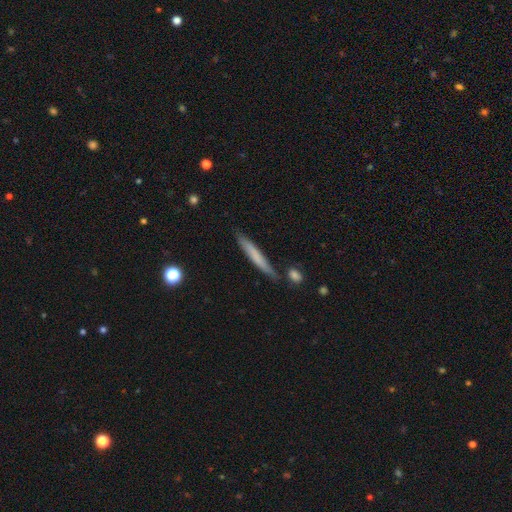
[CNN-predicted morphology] This appears to be a smooth galaxy with no disk features (63%) that is cigar-shaped (95%). Merging: none (79%).